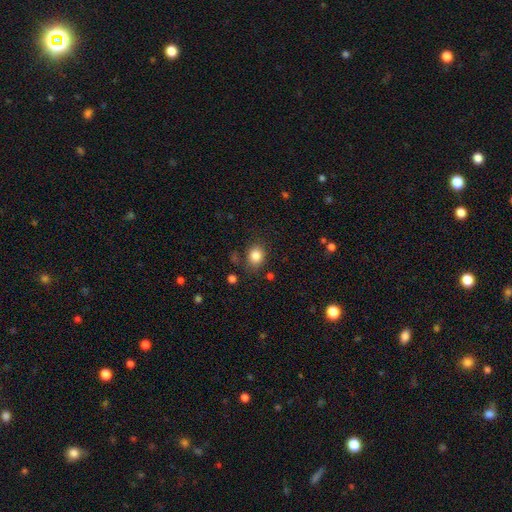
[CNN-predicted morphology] Smooth or featured? Predicted: smooth (p=0.84). How rounded? Predicted: round (p=0.59). Merging? Predicted: none (p=0.79).